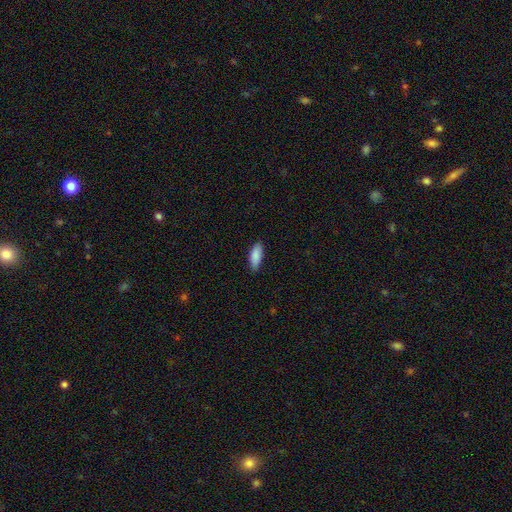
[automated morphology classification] A smooth galaxy with no disk features (88%) that is in between round and cigar-shaped (75%).

Vote fractions:
- Smooth or featured? smooth: 88% / featured or disk: 6% / star or artifact: 6%
- How rounded? in between: 75% / cigar-shaped: 23% / round: 2%
- Merging? none: 85% / minor disturbance: 12% / major disturbance: 2% / merger: 1%